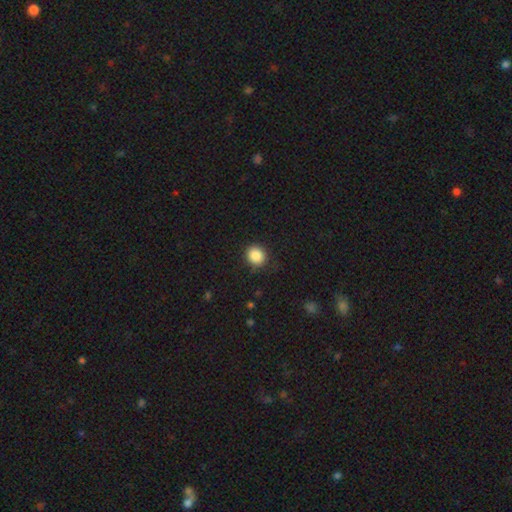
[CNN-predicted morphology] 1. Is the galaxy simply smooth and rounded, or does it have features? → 88% smooth, 9% star or artifact, 3% featured or disk.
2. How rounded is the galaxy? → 82% round, 17% in between, 1% cigar-shaped.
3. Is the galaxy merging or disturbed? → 87% none, 10% minor disturbance, 3% major disturbance, 1% merger.